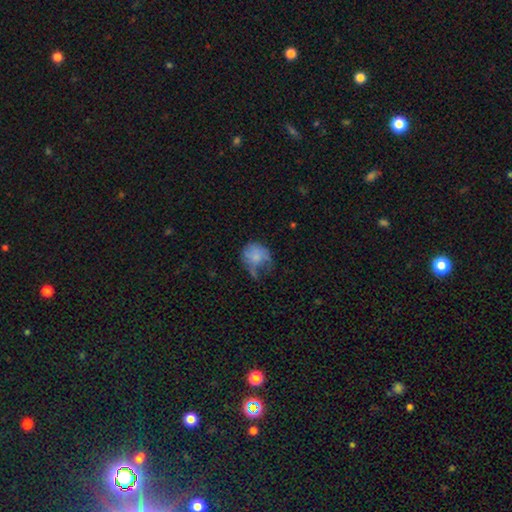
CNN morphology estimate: The model was most divided on "merging": major disturbance: 36%, minor disturbance: 31%, none: 29%, merger: 4%. More confident: how rounded — round (63%); smooth or featured — smooth (62%).